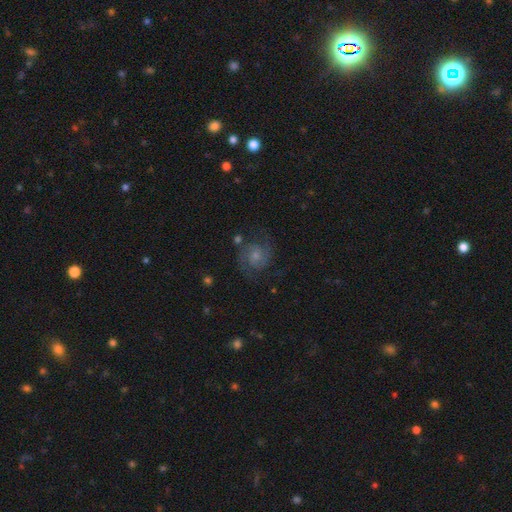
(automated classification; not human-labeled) This is likely a featured or disk galaxy (76%). It is clearly not viewed edge-on (98%). Bar: likely no (63%). Spiral arm pattern: clearly yes (95%). Spiral arm count: clearly 2 (87%). Spiral winding: possibly medium (52%). Central bulge: possibly small (45%). Merging: likely none (75%).